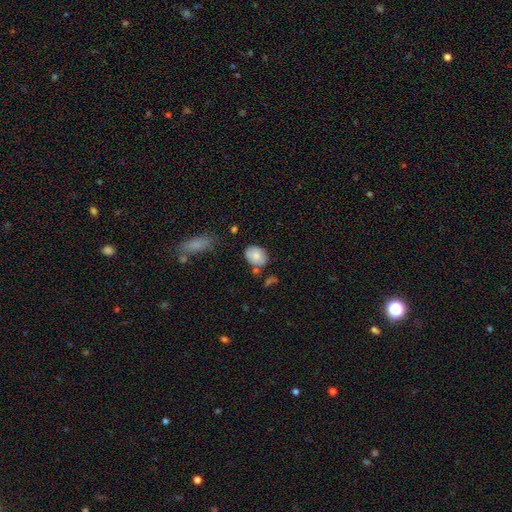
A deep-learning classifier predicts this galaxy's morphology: smooth 80%, featured or disk 13%, star or artifact 7%. Down the decision tree: how rounded — in between (68%); merging — none (69%).